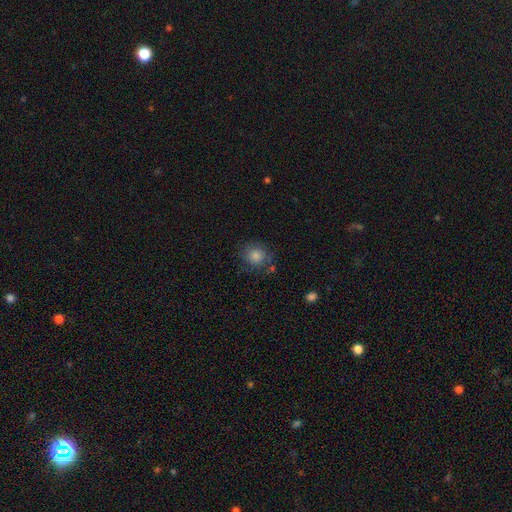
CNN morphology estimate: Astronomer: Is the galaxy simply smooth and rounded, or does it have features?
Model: smooth — 76%.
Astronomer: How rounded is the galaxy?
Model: round — 85%.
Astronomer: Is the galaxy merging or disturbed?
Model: none — 73%.